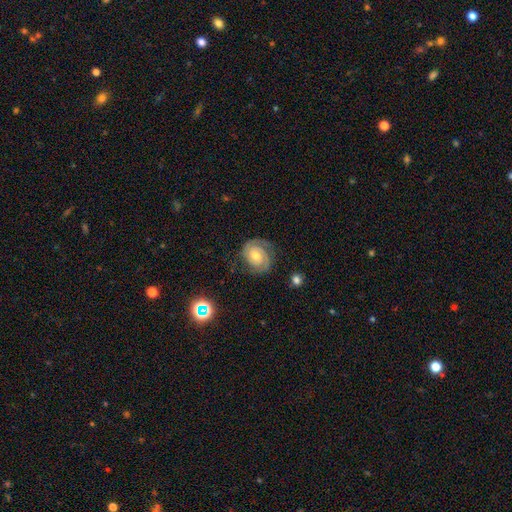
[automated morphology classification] This appears to be a featured or disk galaxy (84%) with no bar (66%), 2 (81%) tight (68%) spiral arms (97%) and a moderate central bulge (58%). Merging: none (78%).